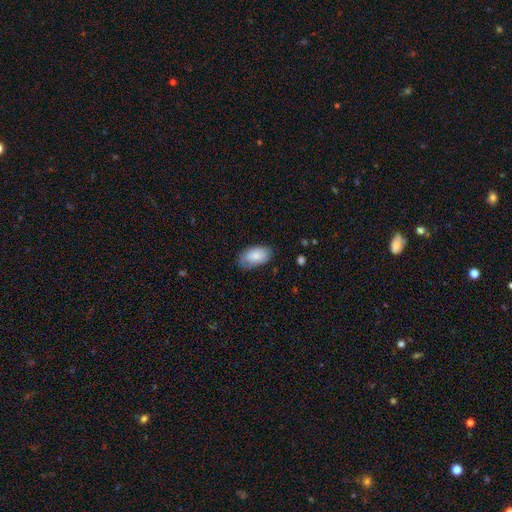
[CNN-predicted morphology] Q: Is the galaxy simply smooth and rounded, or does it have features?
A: smooth — 81%.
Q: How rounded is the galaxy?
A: in between — 94%.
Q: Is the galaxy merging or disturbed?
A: none — 70%.